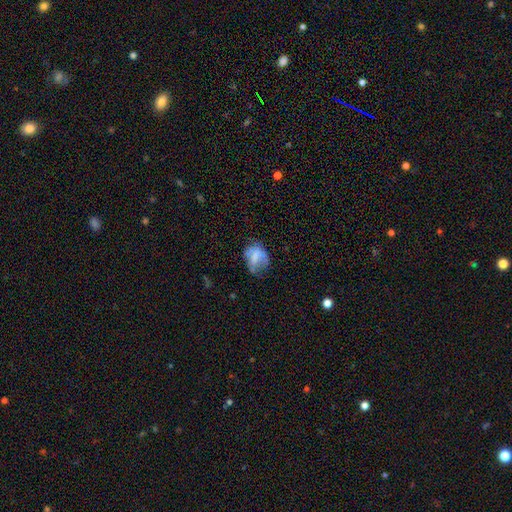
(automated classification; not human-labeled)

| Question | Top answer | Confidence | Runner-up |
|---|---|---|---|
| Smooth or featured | smooth | 57% | featured or disk (31%) |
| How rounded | in between | 62% | round (36%) |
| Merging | none | 37% | minor disturbance (30%) |